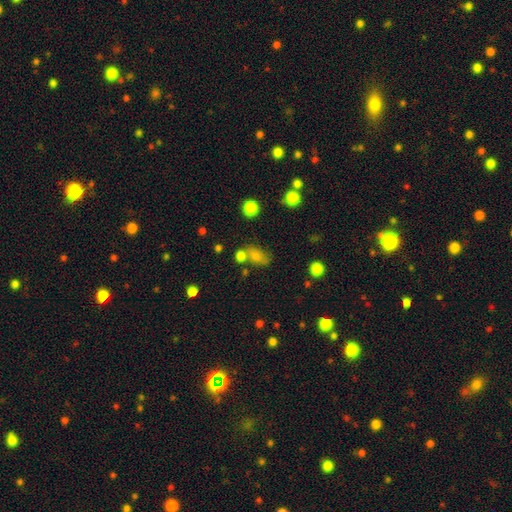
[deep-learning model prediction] Overall: smooth (74%). How rounded: in between (76%). Merging: none (48%; merger 25%).